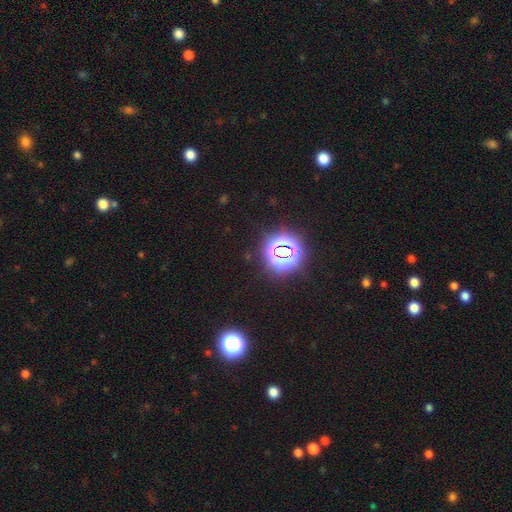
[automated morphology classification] Smooth or featured?
  - star or artifact: 81% *
  - smooth: 13%
  - featured or disk: 6%